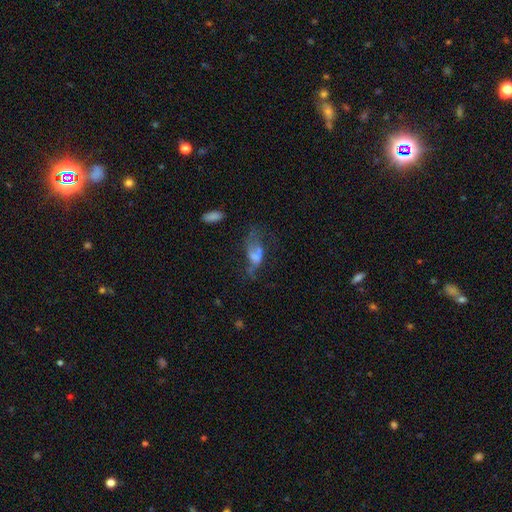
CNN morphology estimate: Smooth or featured?
  - smooth: 42% *
  - featured or disk: 40%
  - star or artifact: 18%
Merging?
  - major disturbance: 44% *
  - none: 27%
  - minor disturbance: 18%
  - merger: 11%